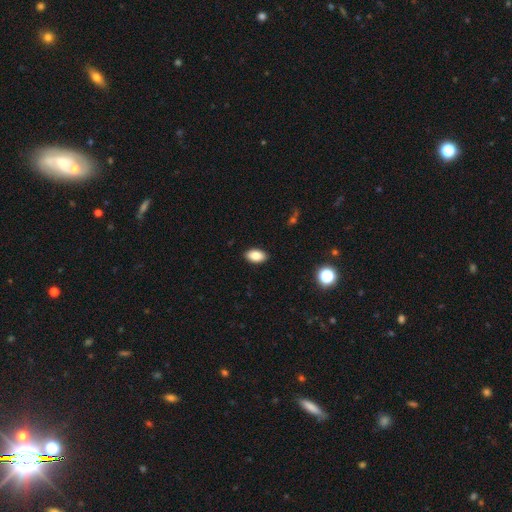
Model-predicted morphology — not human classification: A smooth galaxy with no disk features (86%) that is in between round and cigar-shaped (93%).

Vote fractions:
- Smooth or featured? smooth: 86% / star or artifact: 8% / featured or disk: 6%
- How rounded? in between: 93% / round: 6% / cigar-shaped: 2%
- Merging? none: 90% / minor disturbance: 7% / major disturbance: 2% / merger: 1%